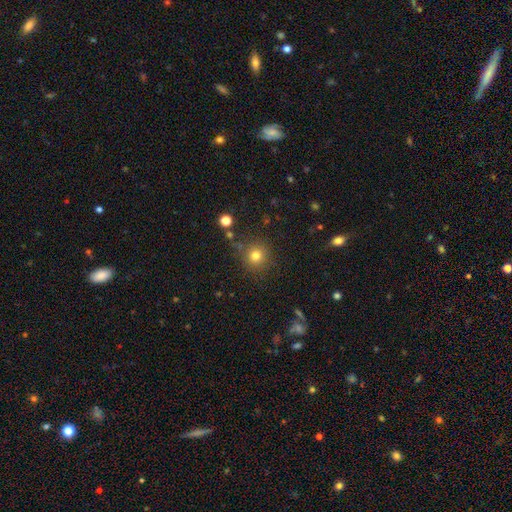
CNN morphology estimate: smooth_or_featured: smooth (p=0.78) [alt: star or artifact p=0.15]
how_rounded: round (p=0.94) [alt: in between p=0.05]
merging: none (p=0.84) [alt: minor disturbance p=0.09]